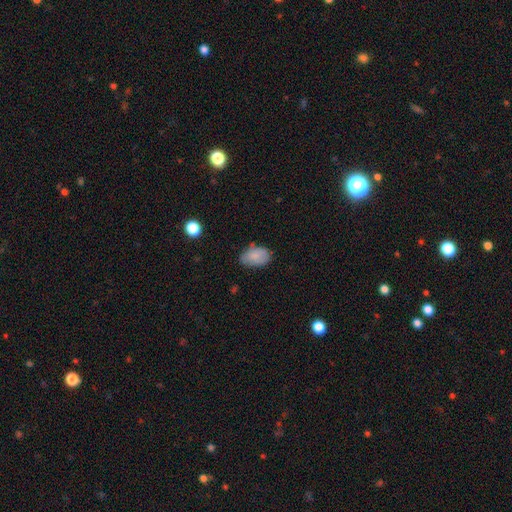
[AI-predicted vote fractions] This is likely a smooth galaxy (80%). How rounded: clearly in between (87%). Merging: likely none (65%).